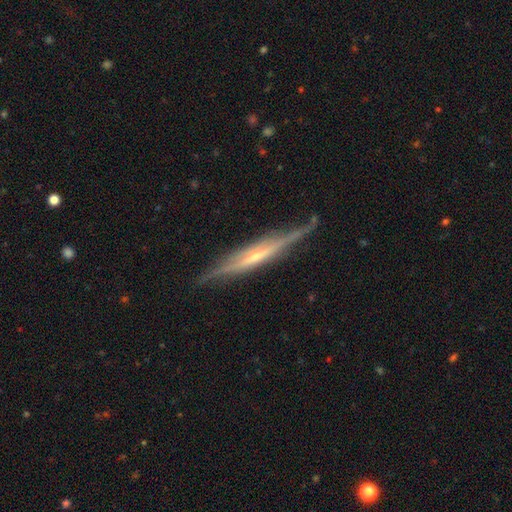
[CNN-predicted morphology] Overall: featured or disk (80%). Edge-on disk: yes (95%). Edge-on bulge: rounded (46%; none 39%). Merging: none (78%).